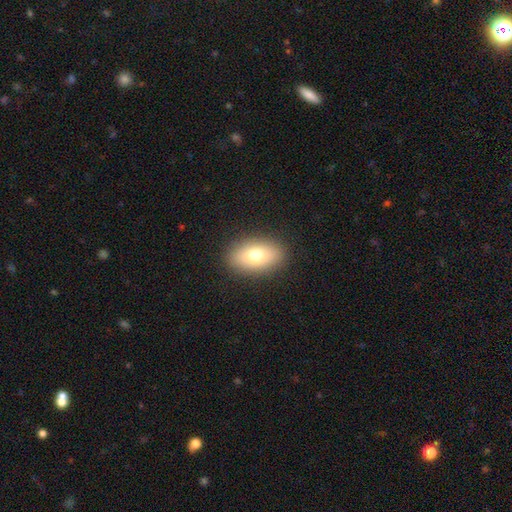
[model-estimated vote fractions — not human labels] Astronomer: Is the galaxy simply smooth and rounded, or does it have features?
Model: smooth — 74%.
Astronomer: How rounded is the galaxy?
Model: in between — 88%.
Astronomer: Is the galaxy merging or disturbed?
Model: none — 88%.